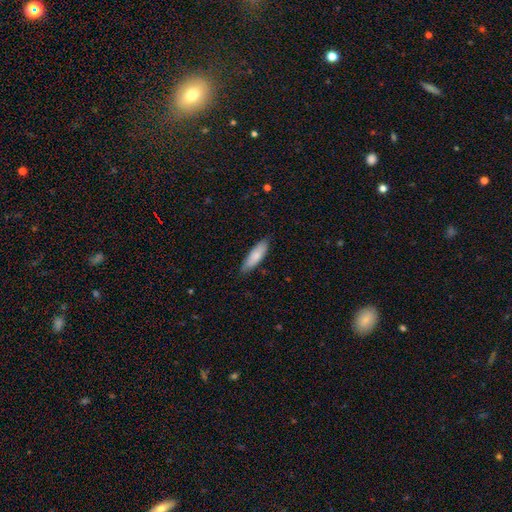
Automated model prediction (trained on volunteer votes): Smooth or featured? smooth (80%)
How rounded? cigar-shaped (50%)
Merging? none (82%)